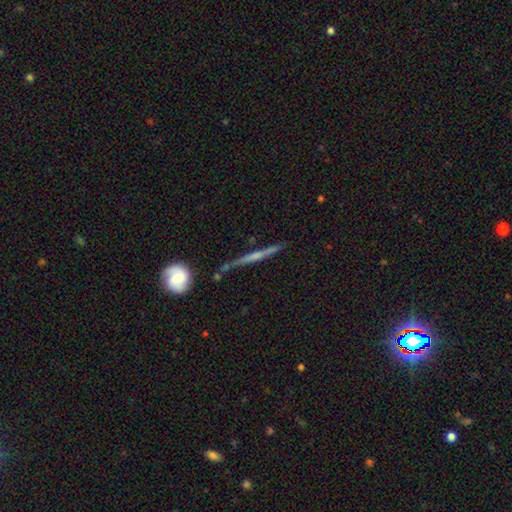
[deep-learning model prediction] A featured or disk galaxy (60%) viewed edge-on (91%) with a rounded central bulge (53%).

Vote fractions:
- Smooth or featured? featured or disk: 60% / smooth: 21% / star or artifact: 19%
- Edge-on disk? yes: 91% / no: 9%
- Edge-on bulge? rounded: 53% / none: 36% / boxy: 12%
- Merging? none: 83% / minor disturbance: 9% / merger: 4% / major disturbance: 4%